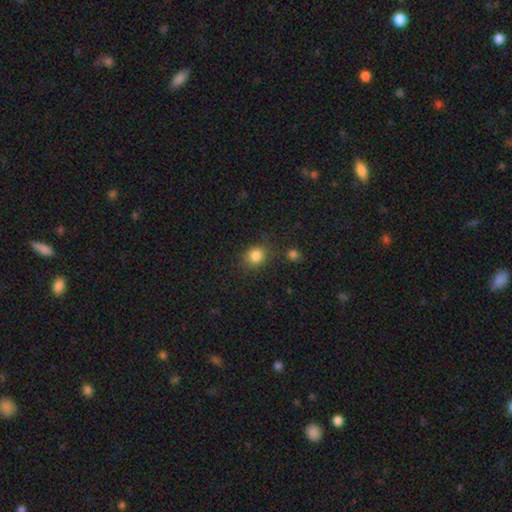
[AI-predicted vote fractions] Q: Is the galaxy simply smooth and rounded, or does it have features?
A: smooth — 84%.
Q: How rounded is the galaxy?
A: round — 71%.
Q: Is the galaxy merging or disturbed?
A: none — 77%.